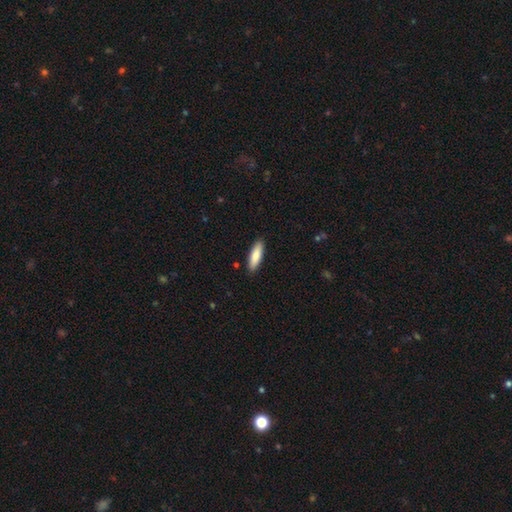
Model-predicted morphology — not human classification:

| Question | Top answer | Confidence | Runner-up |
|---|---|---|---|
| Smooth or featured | smooth | 84% | featured or disk (11%) |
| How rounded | cigar-shaped | 53% | in between (46%) |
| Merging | none | 90% | minor disturbance (8%) |